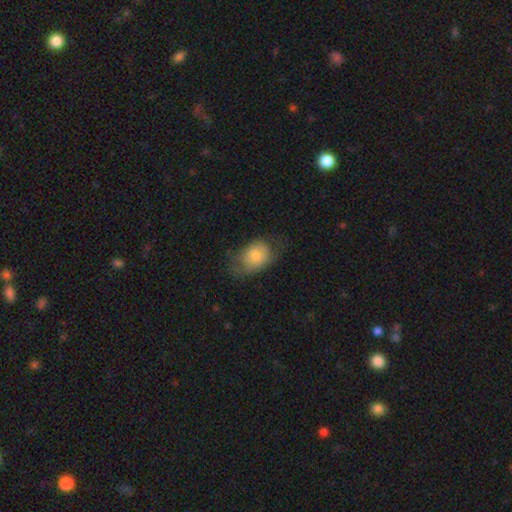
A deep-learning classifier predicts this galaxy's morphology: A smooth galaxy with no disk features (74%) that is in between round and cigar-shaped (72%). Merging: none (44%).